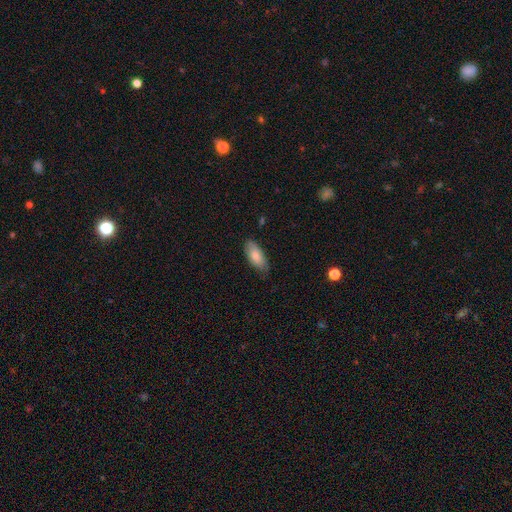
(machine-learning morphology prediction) smooth_or_featured: smooth (p=0.81) [alt: featured or disk p=0.13]
how_rounded: in between (p=0.86) [alt: cigar-shaped p=0.12]
merging: none (p=0.77) [alt: minor disturbance p=0.19]